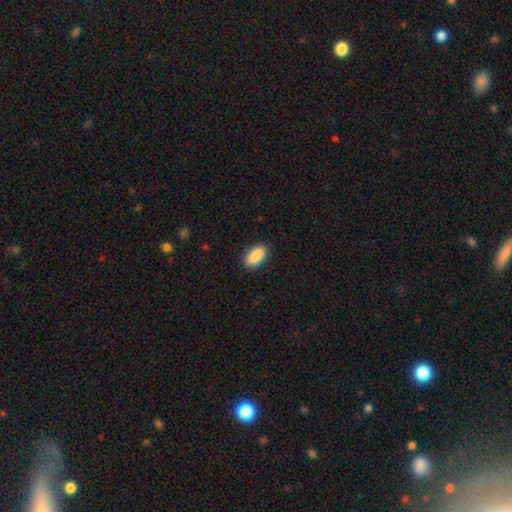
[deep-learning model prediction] This is clearly a smooth galaxy (90%). How rounded: clearly in between (91%). Merging: clearly none (89%).